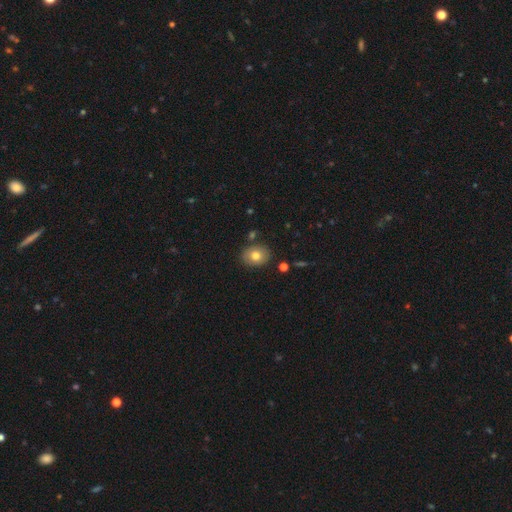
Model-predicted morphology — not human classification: Overall: smooth (77%). How rounded: in between (52%; round 47%). Merging: none (84%).